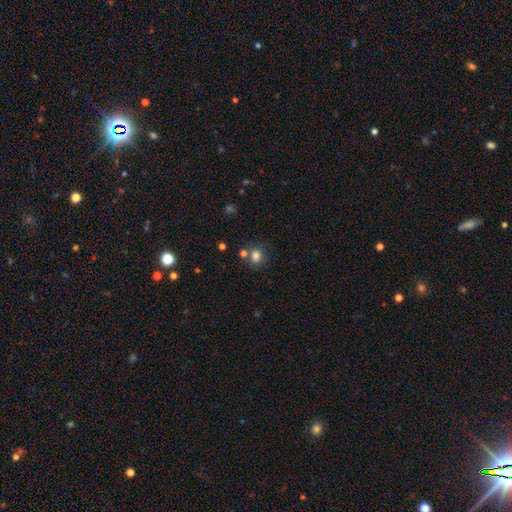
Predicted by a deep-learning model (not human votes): Overall: smooth (80%). How rounded: round (69%; in between 30%). Merging: none (66%).